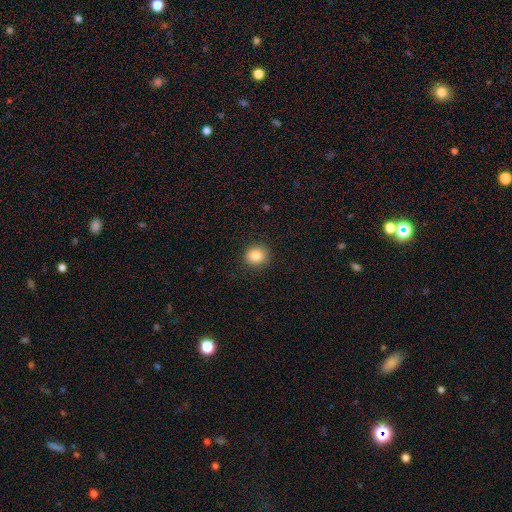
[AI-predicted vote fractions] Q: Smooth or featured?
A: smooth (85%); runner-up: star or artifact (10%)
Q: How rounded?
A: round (82%); runner-up: in between (17%)
Q: Merging?
A: none (90%); runner-up: minor disturbance (7%)